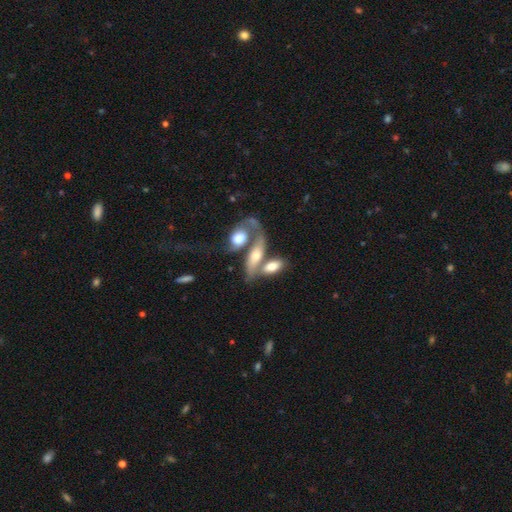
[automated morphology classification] Smooth or featured: smooth — 50% (featured or disk — 43%)
How rounded: in between — 76% (cigar-shaped — 18%)
Merging: merger — 59% (none — 21%)